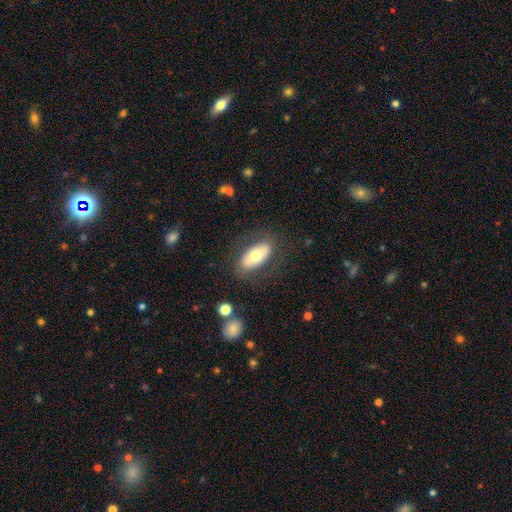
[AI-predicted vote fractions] smooth 61%, featured or disk 32%, star or artifact 7%. Down the decision tree: how rounded — in between (88%); merging — none (77%).